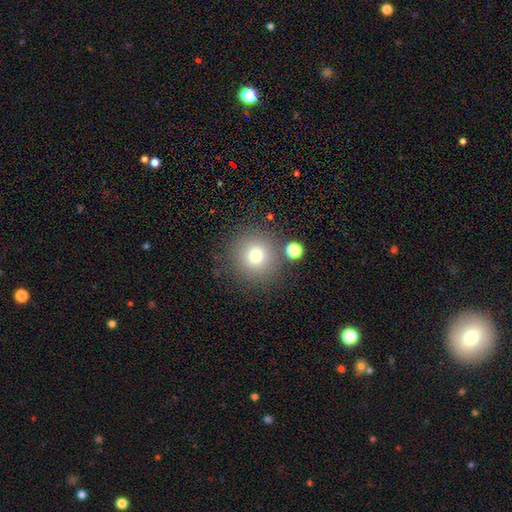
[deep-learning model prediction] Overall: smooth (76%). How rounded: round (94%). Merging: none (80%).